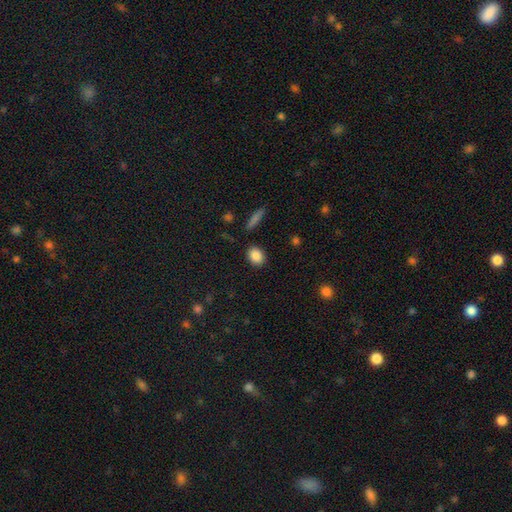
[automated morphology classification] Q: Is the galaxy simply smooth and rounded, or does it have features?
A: smooth — 86%.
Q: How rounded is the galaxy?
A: in between — 61%.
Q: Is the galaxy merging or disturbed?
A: none — 86%.